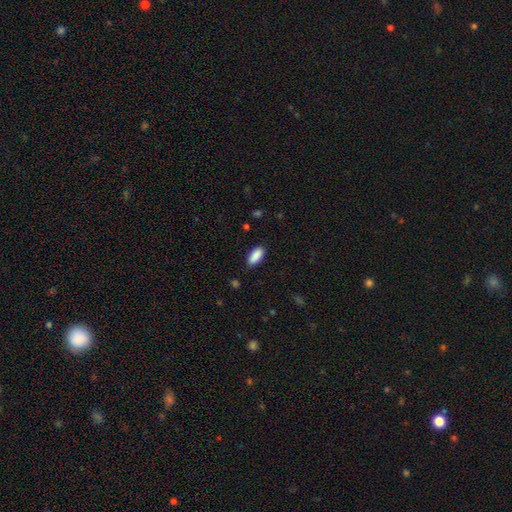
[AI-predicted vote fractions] The model was most divided on "merging": none: 85%, minor disturbance: 11%, major disturbance: 2%, merger: 1%. More confident: smooth or featured — smooth (90%); how rounded — in between (88%).